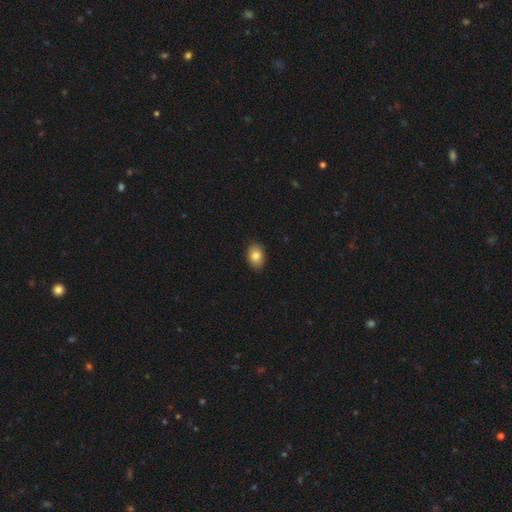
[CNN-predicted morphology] The model was most divided on "how rounded": in between: 80%, round: 19%, cigar-shaped: 1%. More confident: merging — none (89%); smooth or featured — smooth (84%).